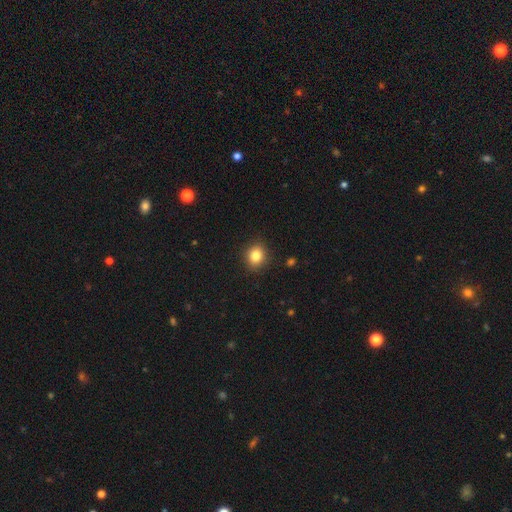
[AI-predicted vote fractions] The model was most divided on "how rounded": round: 72%, in between: 27%, cigar-shaped: 1%. More confident: merging — none (90%); smooth or featured — smooth (84%).